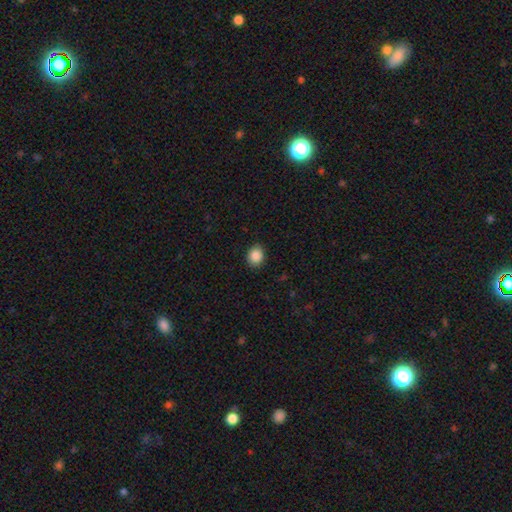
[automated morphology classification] A smooth galaxy with no disk features (88%) that is round (58%).

Vote fractions:
- Smooth or featured? smooth: 88% / star or artifact: 9% / featured or disk: 4%
- How rounded? round: 58% / in between: 41% / cigar-shaped: 1%
- Merging? none: 89% / minor disturbance: 8% / major disturbance: 2% / merger: 1%